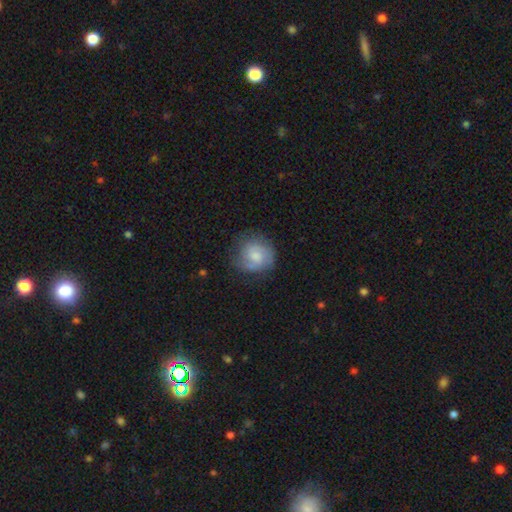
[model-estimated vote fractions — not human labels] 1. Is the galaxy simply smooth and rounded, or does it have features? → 57% smooth, 36% featured or disk, 7% star or artifact.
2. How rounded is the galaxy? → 83% round, 16% in between, 1% cigar-shaped.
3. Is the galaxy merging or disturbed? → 64% none, 23% minor disturbance, 11% major disturbance, 2% merger.